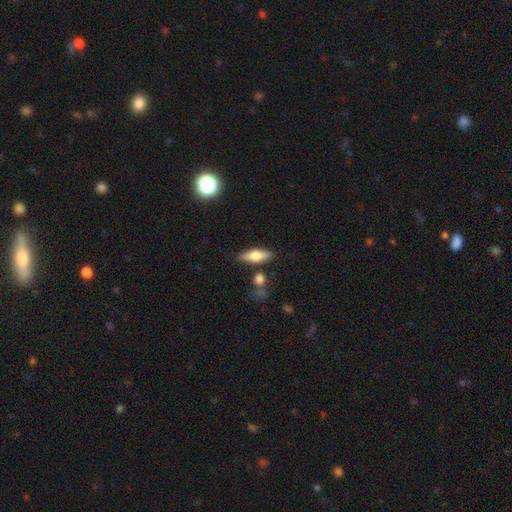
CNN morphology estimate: Smooth or featured? Predicted: smooth (p=0.63). How rounded? Predicted: in between (p=0.58). Merging? Predicted: none (p=0.79).